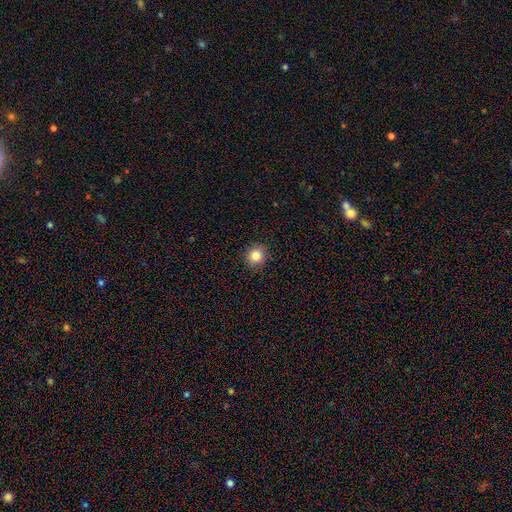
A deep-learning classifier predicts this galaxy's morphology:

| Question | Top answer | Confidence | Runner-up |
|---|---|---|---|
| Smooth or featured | smooth | 85% | star or artifact (10%) |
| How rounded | round | 90% | in between (9%) |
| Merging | none | 91% | minor disturbance (6%) |